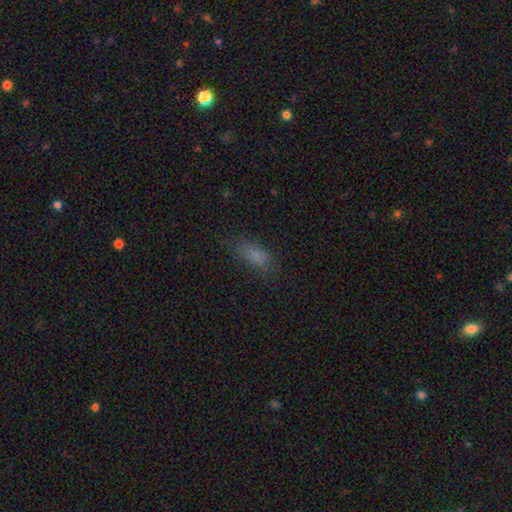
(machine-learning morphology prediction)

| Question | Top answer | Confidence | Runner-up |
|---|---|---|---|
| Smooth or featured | smooth | 78% | star or artifact (13%) |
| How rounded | in between | 77% | cigar-shaped (19%) |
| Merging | none | 69% | minor disturbance (21%) |